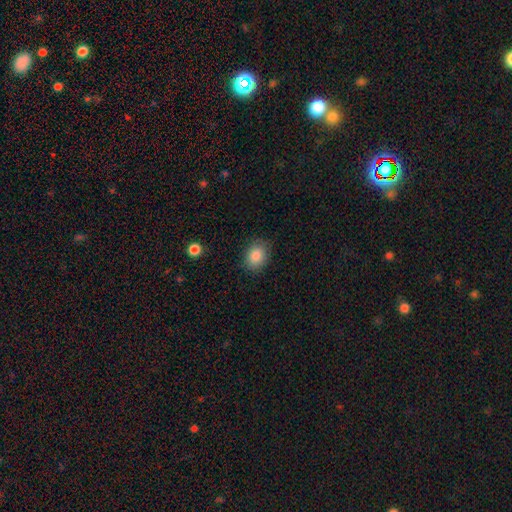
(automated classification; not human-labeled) This appears to be a smooth galaxy with no disk features (86%) that is in between round and cigar-shaped (59%). Merging: none (82%).